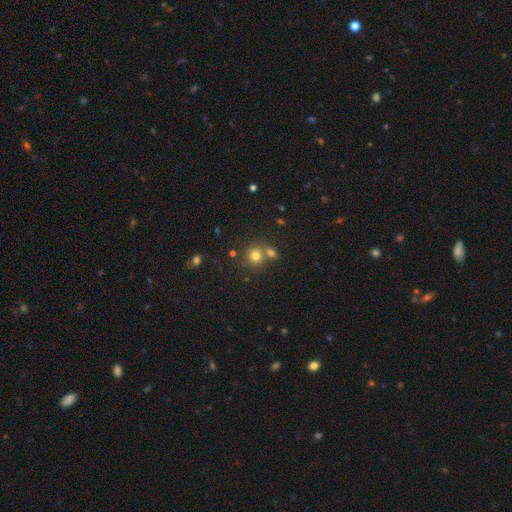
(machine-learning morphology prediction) The model was most divided on "merging": none: 55%, merger: 34%, minor disturbance: 8%, major disturbance: 3%. More confident: how rounded — round (83%); smooth or featured — smooth (76%).